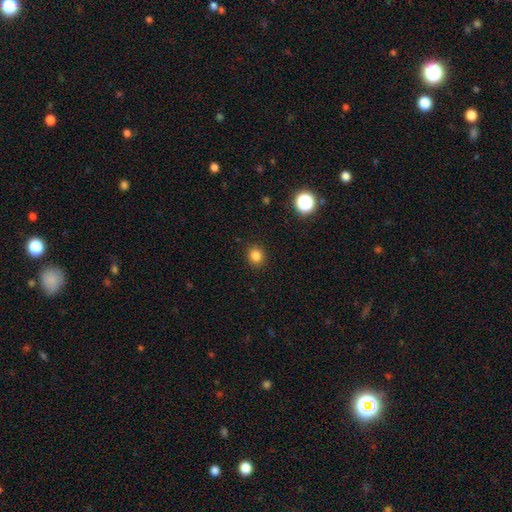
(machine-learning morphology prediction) type=smooth (83%); roundness=round (77%); merging=none (91%).